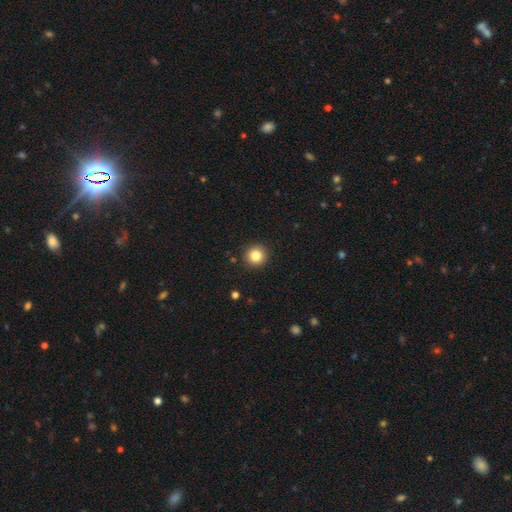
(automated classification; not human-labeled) Smooth or featured: smooth — 84% (star or artifact — 11%)
How rounded: round — 94% (in between — 5%)
Merging: none — 92% (minor disturbance — 5%)